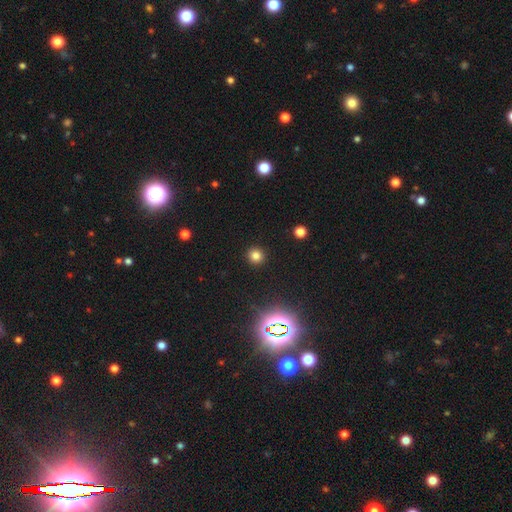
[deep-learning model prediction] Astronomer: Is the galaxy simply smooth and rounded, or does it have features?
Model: smooth — 79%.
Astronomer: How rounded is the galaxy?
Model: round — 94%.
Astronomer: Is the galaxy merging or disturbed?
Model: none — 92%.